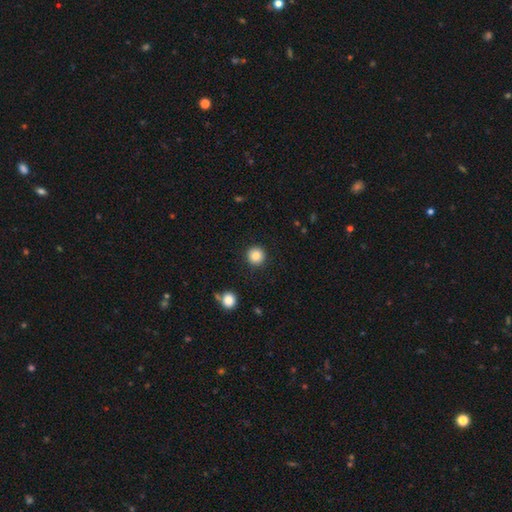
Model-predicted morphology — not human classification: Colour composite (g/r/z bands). It shows a smooth galaxy with no disk features (85%) that is round (95%). Merging: none (92%).